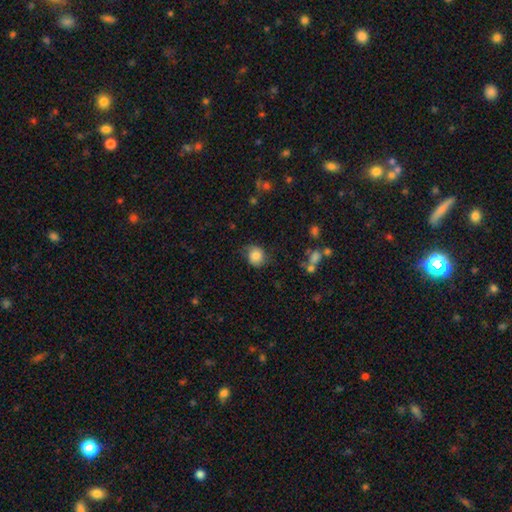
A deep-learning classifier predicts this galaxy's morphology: This is likely a smooth galaxy (78%). How rounded: likely round (68%). Merging: likely none (61%).